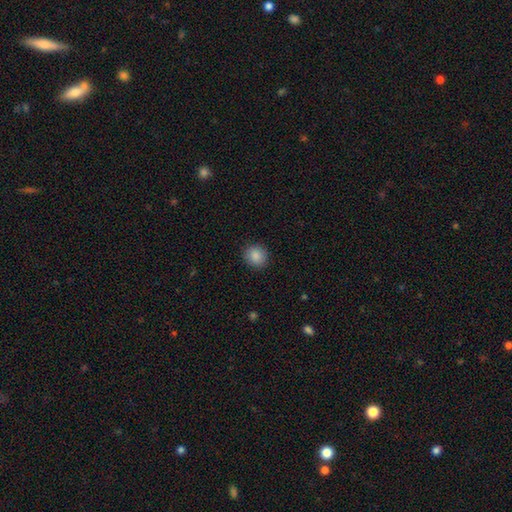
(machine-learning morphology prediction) smooth_or_featured: smooth (p=0.87) [alt: star or artifact p=0.09]
how_rounded: round (p=0.86) [alt: in between p=0.13]
merging: none (p=0.90) [alt: minor disturbance p=0.07]